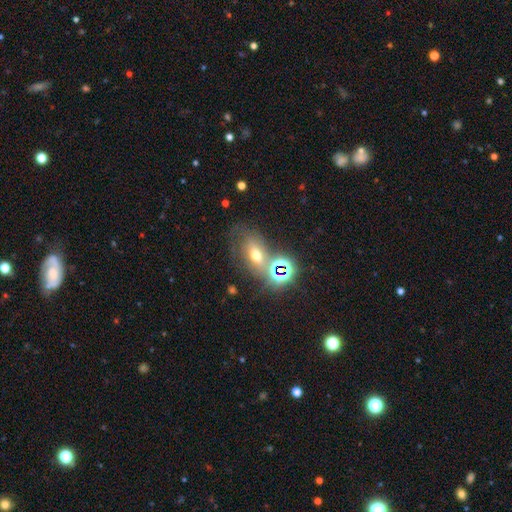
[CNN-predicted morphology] This is possibly a smooth galaxy (45%). Merging: marginally none (45%).